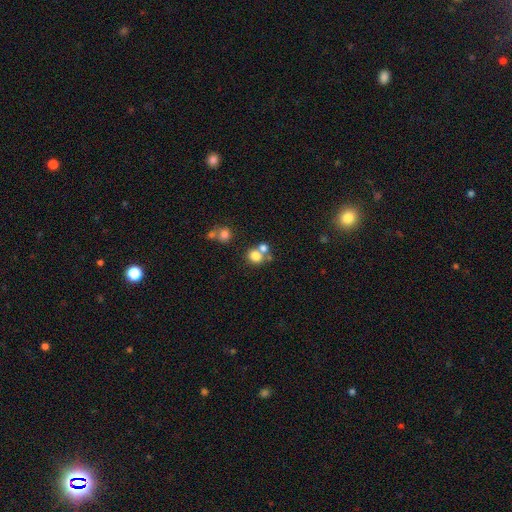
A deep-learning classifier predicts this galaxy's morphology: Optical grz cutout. It shows a smooth galaxy with no disk features (76%) that is round (72%). Merging: none (48%).